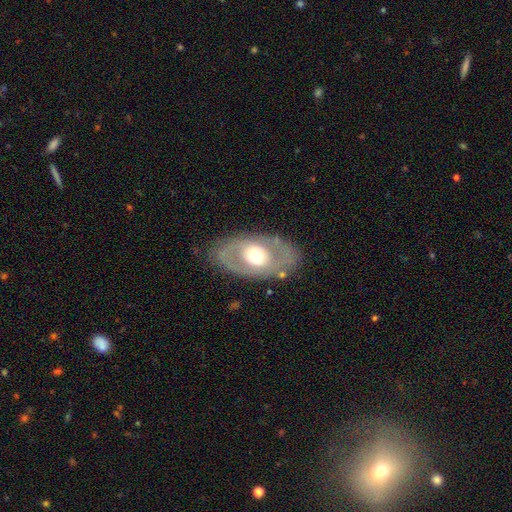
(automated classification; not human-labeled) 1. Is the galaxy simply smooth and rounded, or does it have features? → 56% featured or disk, 38% smooth, 6% star or artifact.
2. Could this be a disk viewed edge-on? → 89% no, 11% yes.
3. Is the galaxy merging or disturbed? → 78% none, 14% minor disturbance, 7% major disturbance, 2% merger.